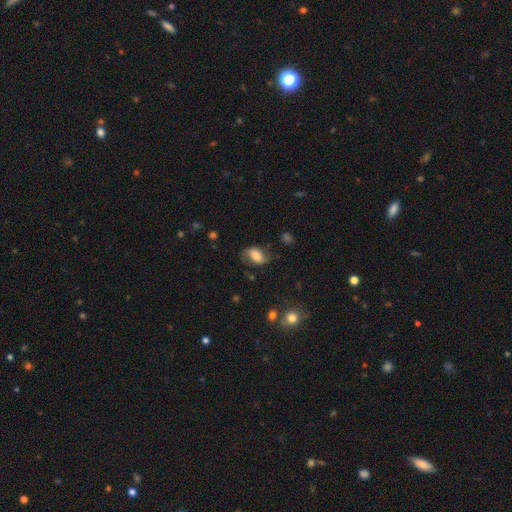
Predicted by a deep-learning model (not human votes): The model was most divided on "merging": none: 62%, minor disturbance: 24%, major disturbance: 11%, merger: 2%. More confident: how rounded — in between (84%); smooth or featured — smooth (65%).